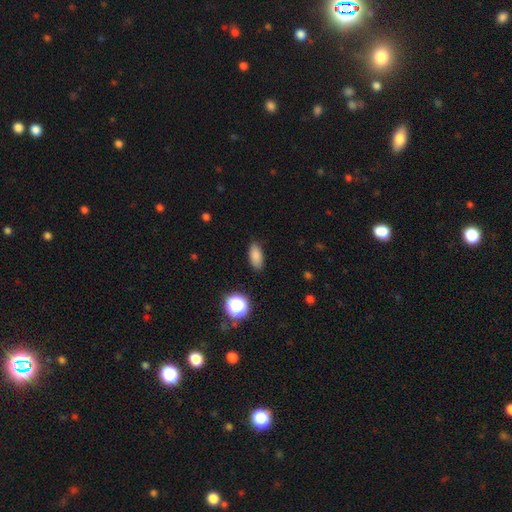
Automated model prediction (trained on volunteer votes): smooth_or_featured: smooth (p=0.84) [alt: star or artifact p=0.10]
how_rounded: in between (p=0.86) [alt: cigar-shaped p=0.09]
merging: none (p=0.86) [alt: minor disturbance p=0.10]